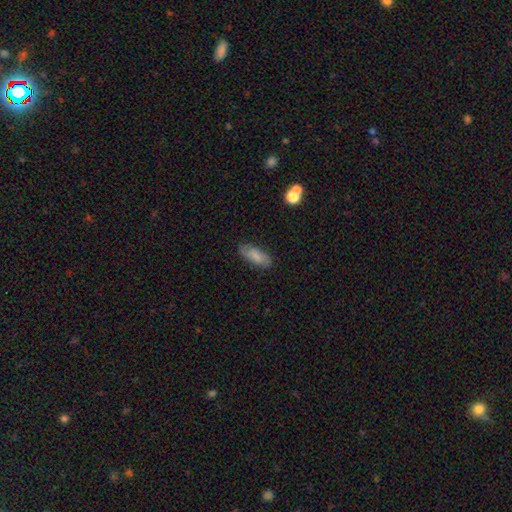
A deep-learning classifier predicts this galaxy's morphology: The model was most divided on "how rounded": in between: 77%, cigar-shaped: 21%, round: 2%. More confident: merging — none (82%); smooth or featured — smooth (75%).